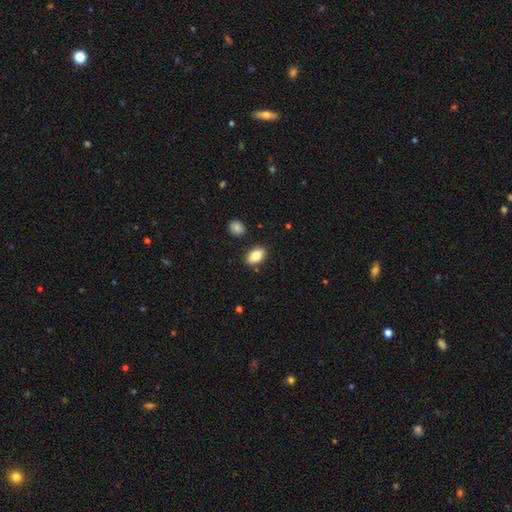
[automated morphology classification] smooth 85%, featured or disk 8%, star or artifact 7%. Down the decision tree: how rounded — in between (90%); merging — none (86%).